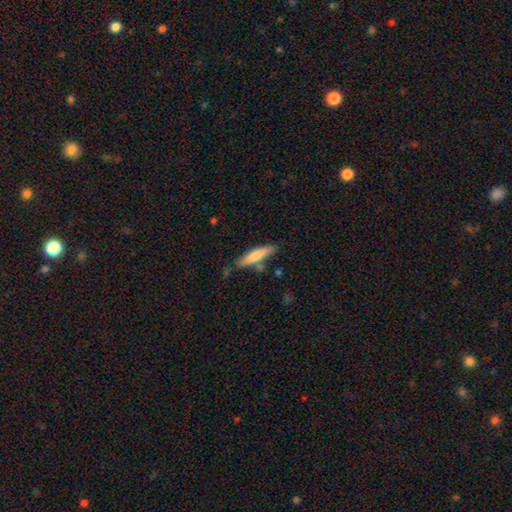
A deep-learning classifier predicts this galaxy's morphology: Overall: smooth (69%). How rounded: cigar-shaped (80%). Merging: none (75%).